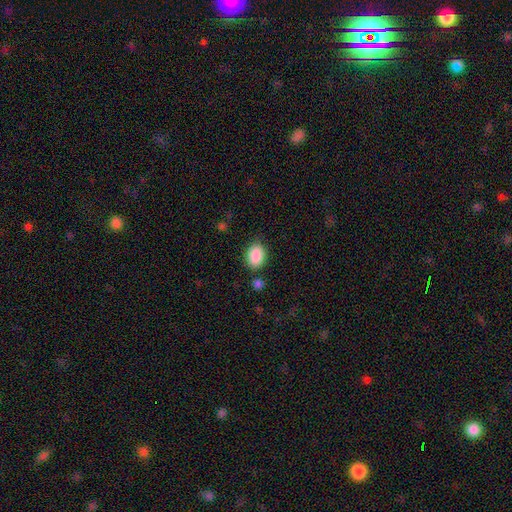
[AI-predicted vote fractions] smooth_or_featured: smooth (p=0.89) [alt: star or artifact p=0.07]
how_rounded: in between (p=0.80) [alt: round p=0.19]
merging: none (p=0.80) [alt: minor disturbance p=0.13]